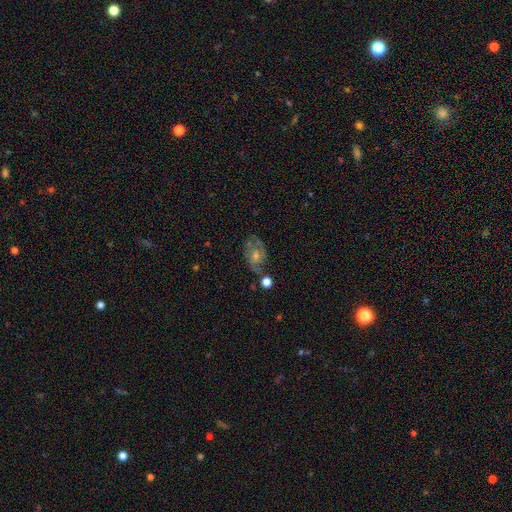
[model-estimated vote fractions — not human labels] featured or disk 63%, smooth 21%, star or artifact 16%. Down the decision tree: edge-on disk — no (96%); bar — no (68%); spiral arms — yes (80%); bulge size — moderate (50%); merging — none (64%).